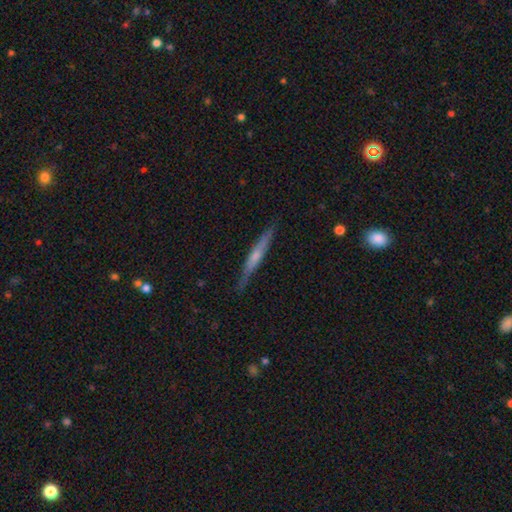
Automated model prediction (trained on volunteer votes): The model was most divided on "edge-on bulge": rounded: 50%, none: 39%, boxy: 11%. More confident: edge-on disk — yes (96%); merging — none (85%); smooth or featured — featured or disk (57%).